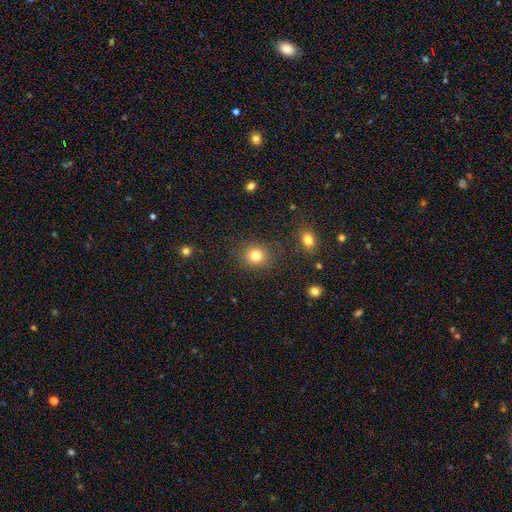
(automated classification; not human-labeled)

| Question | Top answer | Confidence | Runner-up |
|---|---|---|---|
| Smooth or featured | smooth | 80% | star or artifact (13%) |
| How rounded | round | 77% | in between (22%) |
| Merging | none | 84% | minor disturbance (10%) |